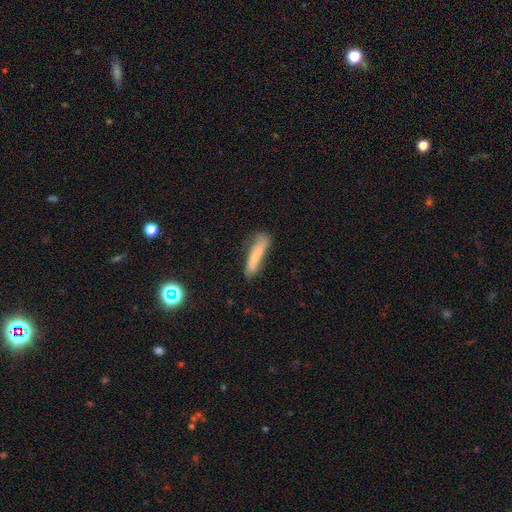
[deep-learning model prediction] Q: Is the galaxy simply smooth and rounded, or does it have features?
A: smooth — 68%.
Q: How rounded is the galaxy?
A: cigar-shaped — 83%.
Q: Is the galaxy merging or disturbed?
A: none — 55%.